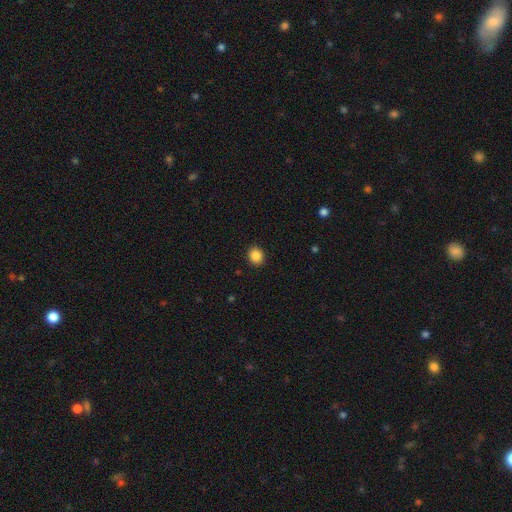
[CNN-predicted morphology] This appears to be a smooth galaxy with no disk features (87%) that is round (75%). Merging: none (91%).